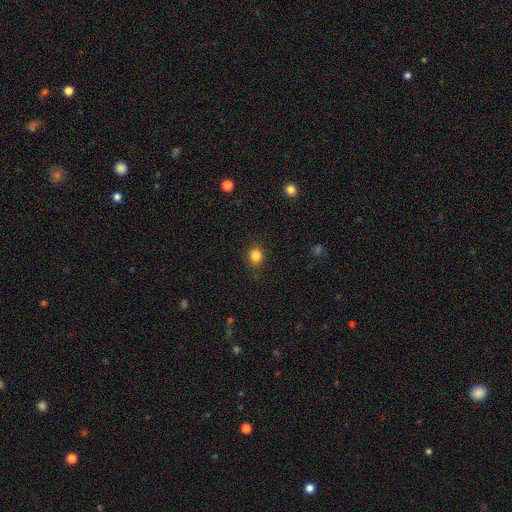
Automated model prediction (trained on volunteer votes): A smooth galaxy with no disk features (84%) that is round (73%).

Vote fractions:
- Smooth or featured? smooth: 84% / star or artifact: 11% / featured or disk: 4%
- How rounded? round: 73% / in between: 26% / cigar-shaped: 1%
- Merging? none: 87% / minor disturbance: 9% / major disturbance: 3% / merger: 1%